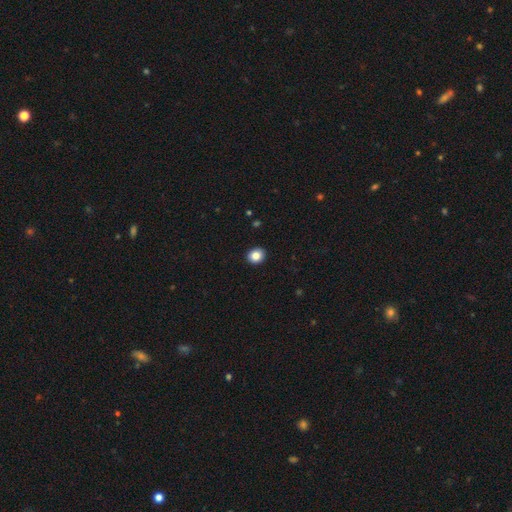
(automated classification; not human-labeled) Smooth or featured? Predicted: smooth (p=0.85). How rounded? Predicted: round (p=0.68). Merging? Predicted: none (p=0.92).